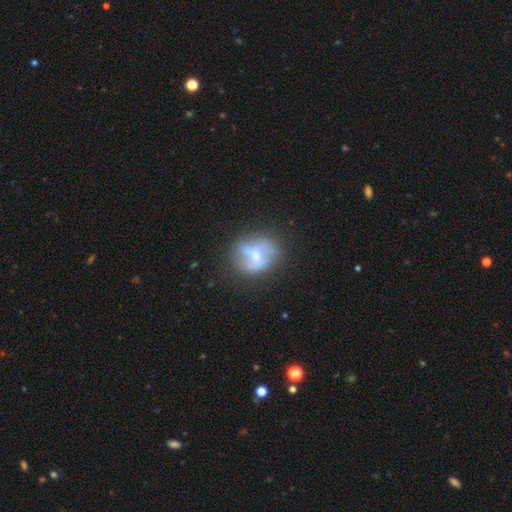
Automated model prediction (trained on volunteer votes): This is possibly a featured or disk galaxy (57%). It is clearly not viewed edge-on (93%). Bar: marginally no (41%). Spiral arm pattern: possibly no (56%). Central bulge: possibly small (48%). Merging: possibly none (56%).